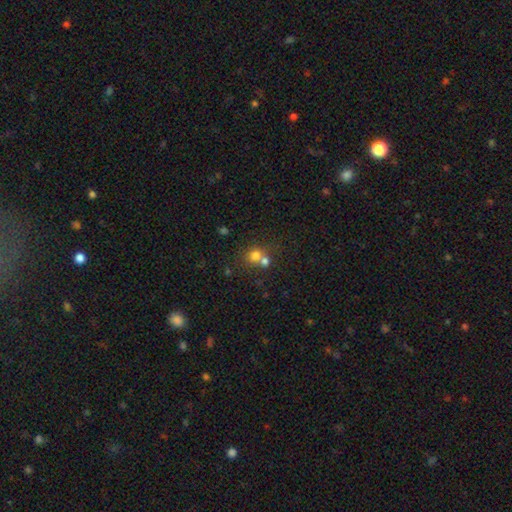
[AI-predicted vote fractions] A smooth galaxy with no disk features (73%) that is round (83%). Merging: merger (50%).